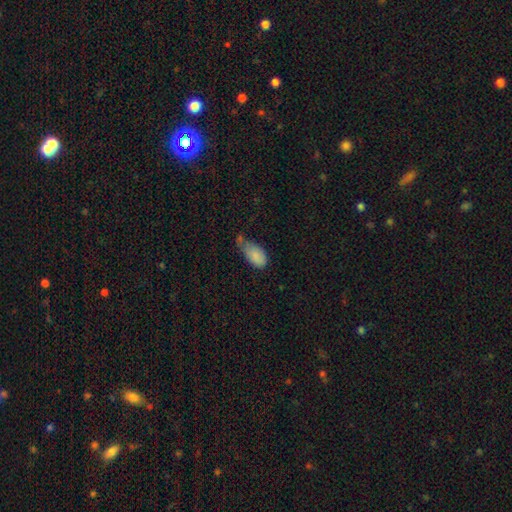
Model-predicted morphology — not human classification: The model was most divided on "merging": minor disturbance: 38%, none: 31%, major disturbance: 17%, merger: 14%. More confident: how rounded — in between (93%); smooth or featured — smooth (85%).